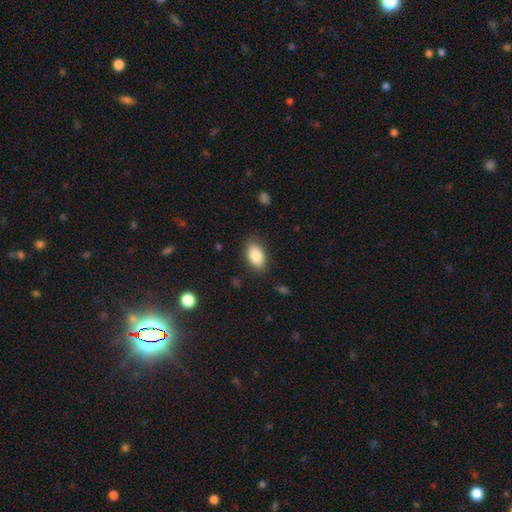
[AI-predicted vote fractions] Morphology: type=smooth (83%); roundness=in between (91%); merging=none (84%).